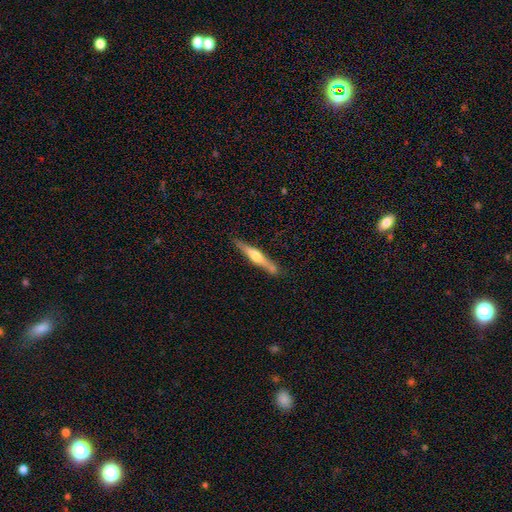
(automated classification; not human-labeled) Smooth or featured? Predicted: featured or disk (p=0.60). Edge-on disk? Predicted: yes (p=0.96). Edge-on bulge? Predicted: rounded (p=0.82). Merging? Predicted: none (p=0.81).